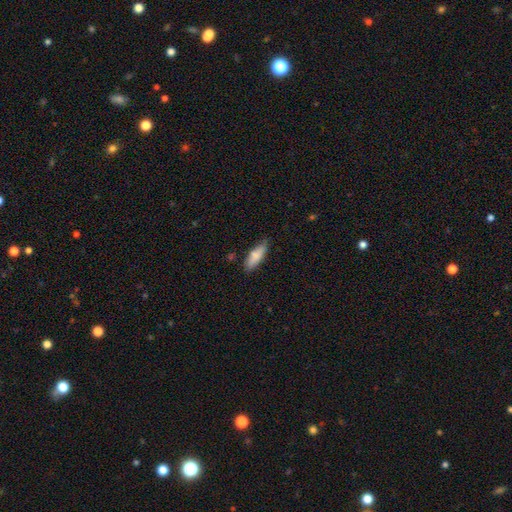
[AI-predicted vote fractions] A smooth galaxy with no disk features (82%) that is in between round and cigar-shaped (57%). Merging: none (77%).